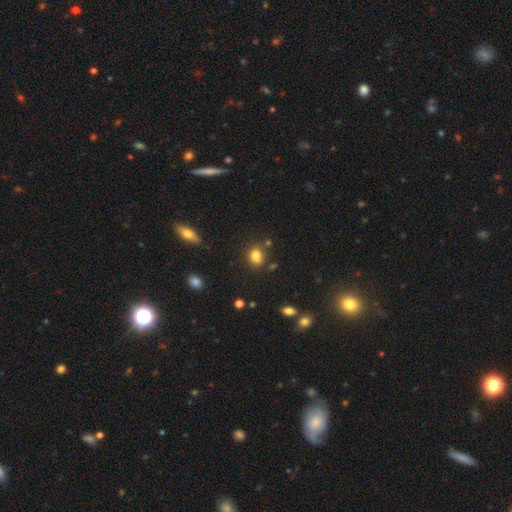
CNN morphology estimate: smooth-or-featured: smooth: 79% | star or artifact: 13% | featured or disk: 8%
  how-rounded: round: 66% | in between: 33% | cigar-shaped: 1%
  merging: none: 70% | minor disturbance: 14% | merger: 12% | major disturbance: 4%